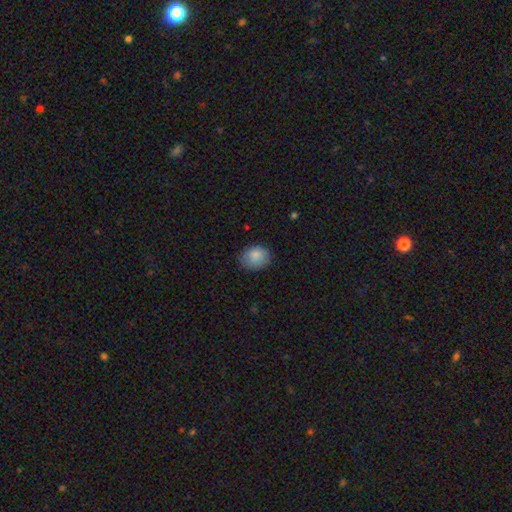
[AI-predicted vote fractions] Q: Smooth or featured?
A: smooth (86%); runner-up: star or artifact (8%)
Q: How rounded?
A: in between (53%); runner-up: round (46%)
Q: Merging?
A: none (71%); runner-up: minor disturbance (23%)